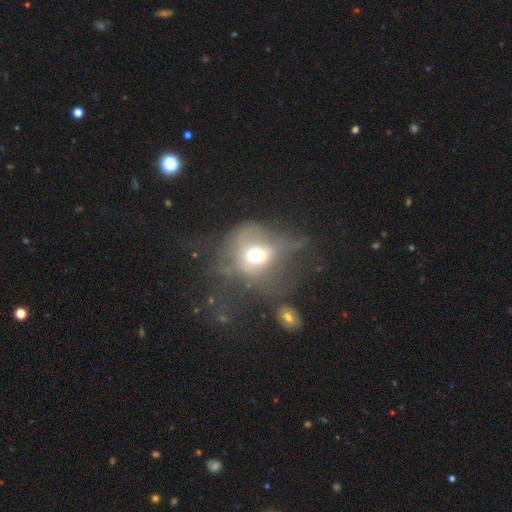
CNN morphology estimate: Overall: smooth (45%; featured or disk 38%). Merging: major disturbance (49%; none 25%).